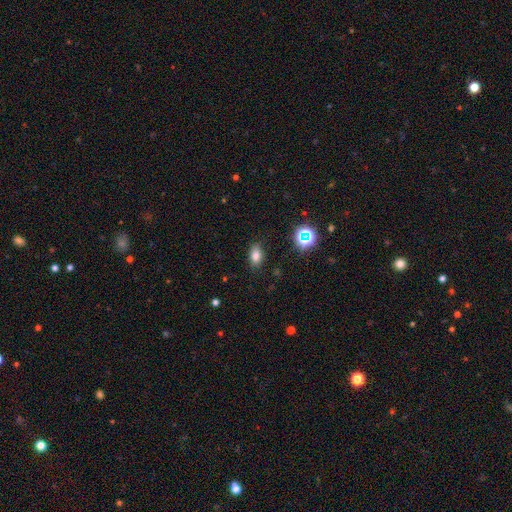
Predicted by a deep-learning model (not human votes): The model was most divided on "smooth or featured": smooth: 76%, star or artifact: 15%, featured or disk: 9%. More confident: merging — none (85%); how rounded — in between (85%).